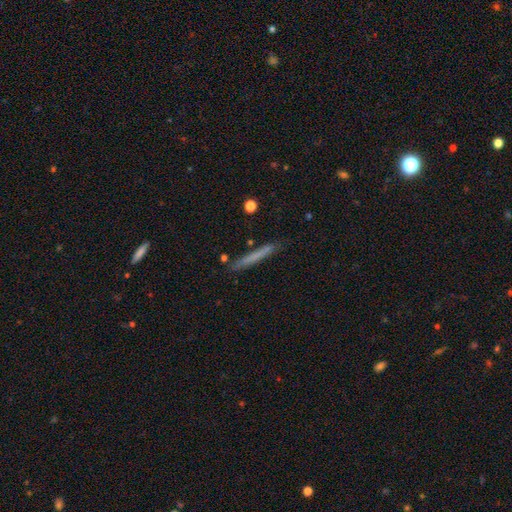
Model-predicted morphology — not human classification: smooth 64%, featured or disk 29%, star or artifact 7%. Down the decision tree: how rounded — cigar-shaped (96%); merging — none (85%).